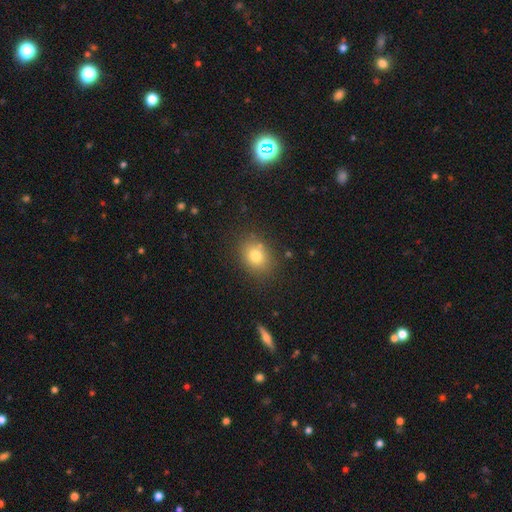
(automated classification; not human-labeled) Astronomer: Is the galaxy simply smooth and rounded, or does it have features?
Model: smooth — 77%.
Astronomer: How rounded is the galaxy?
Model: in between — 51% (runner-up: round, 48%).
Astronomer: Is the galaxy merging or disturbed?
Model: none — 80%.